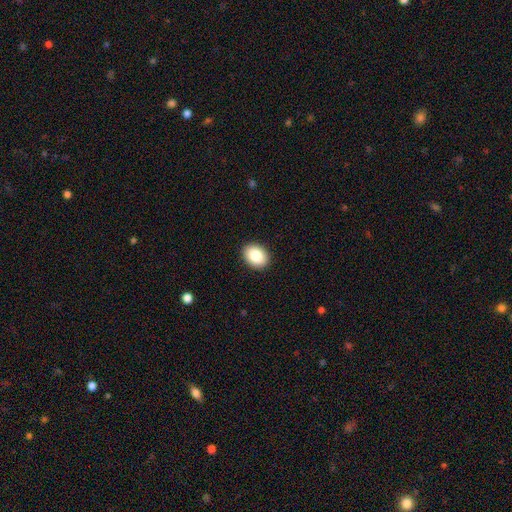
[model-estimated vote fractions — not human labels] Smooth or featured?
  - smooth: 85% *
  - star or artifact: 8%
  - featured or disk: 7%
How rounded?
  - in between: 67% *
  - round: 32%
  - cigar-shaped: 1%
Merging?
  - none: 91% *
  - minor disturbance: 6%
  - major disturbance: 2%
  - merger: 1%